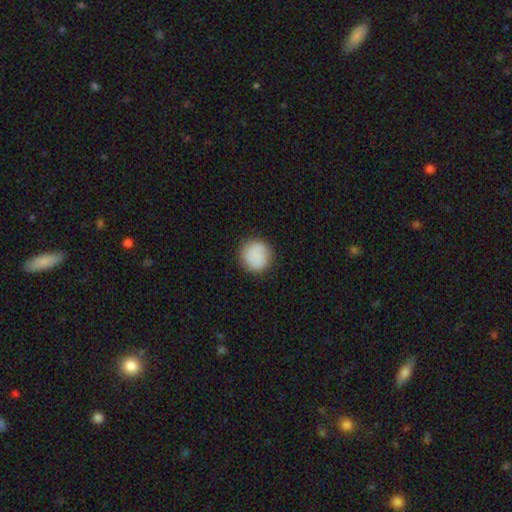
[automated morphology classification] Smooth or featured? smooth (85%)
How rounded? round (92%)
Merging? none (84%)